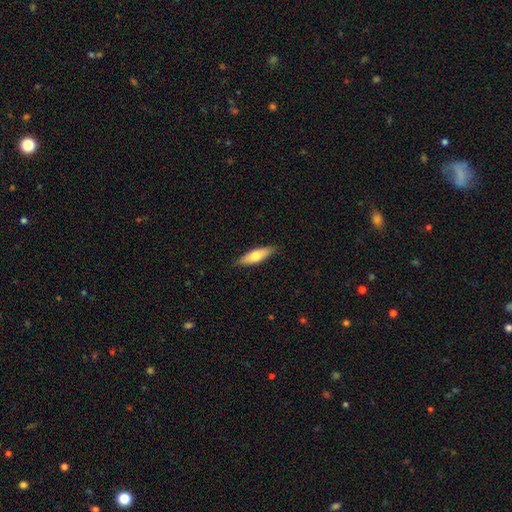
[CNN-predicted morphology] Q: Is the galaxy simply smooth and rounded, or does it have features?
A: smooth — 64%.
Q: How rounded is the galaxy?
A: in between — 50%.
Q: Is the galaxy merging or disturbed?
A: none — 86%.